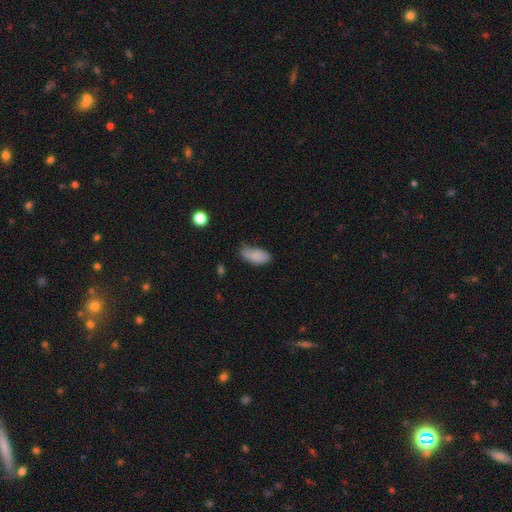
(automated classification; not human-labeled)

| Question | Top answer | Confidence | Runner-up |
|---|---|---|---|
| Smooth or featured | smooth | 84% | featured or disk (8%) |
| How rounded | in between | 92% | cigar-shaped (5%) |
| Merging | none | 50% | minor disturbance (38%) |